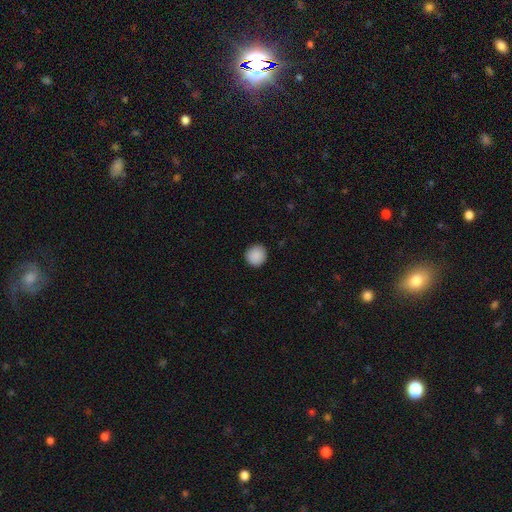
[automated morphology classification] smooth-or-featured: smooth: 90% | star or artifact: 8% | featured or disk: 2%
  how-rounded: round: 94% | in between: 5% | cigar-shaped: 1%
  merging: none: 92% | minor disturbance: 6% | major disturbance: 2% | merger: 1%